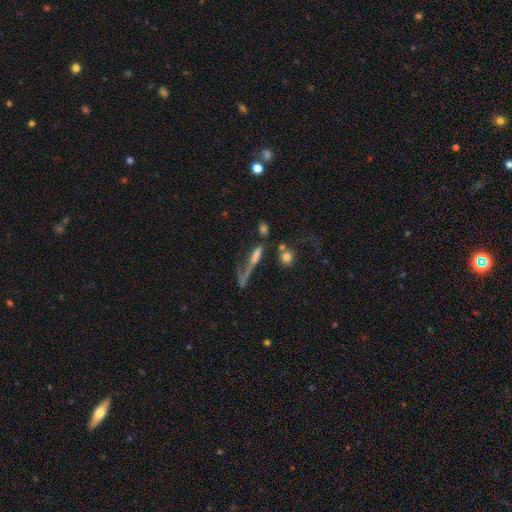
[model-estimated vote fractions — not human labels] Smooth or featured: featured or disk — 44% (smooth — 35%)
Merging: none — 37% (major disturbance — 26%)